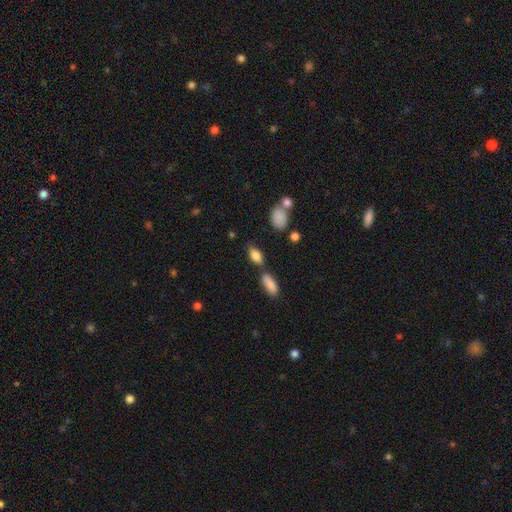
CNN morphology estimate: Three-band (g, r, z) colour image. It shows a smooth galaxy with no disk features (78%) that is in between round and cigar-shaped (80%). Merging: none (63%).